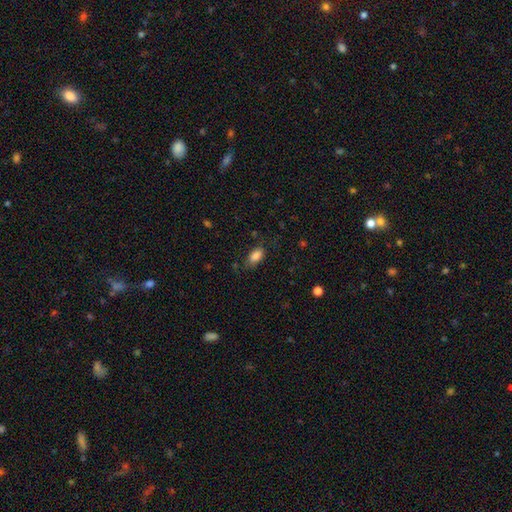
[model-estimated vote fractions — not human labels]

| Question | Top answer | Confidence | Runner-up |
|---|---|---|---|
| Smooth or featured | smooth | 86% | star or artifact (8%) |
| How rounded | in between | 91% | round (5%) |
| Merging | none | 74% | minor disturbance (19%) |